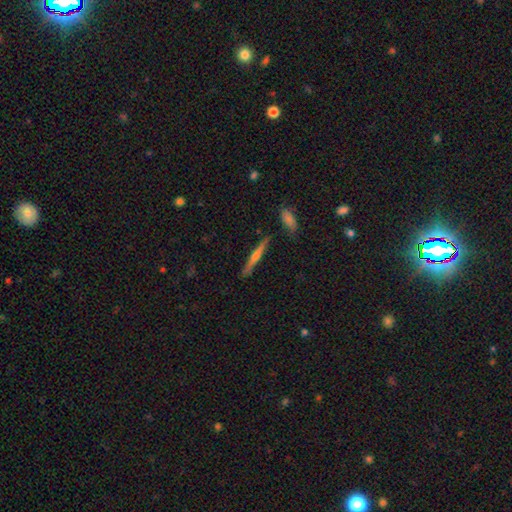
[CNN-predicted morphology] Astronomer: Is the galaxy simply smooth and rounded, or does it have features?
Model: featured or disk — 66%.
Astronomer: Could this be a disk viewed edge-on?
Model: yes — 97%.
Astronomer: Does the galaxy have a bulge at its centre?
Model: rounded — 81%.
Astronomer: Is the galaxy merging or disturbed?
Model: none — 88%.